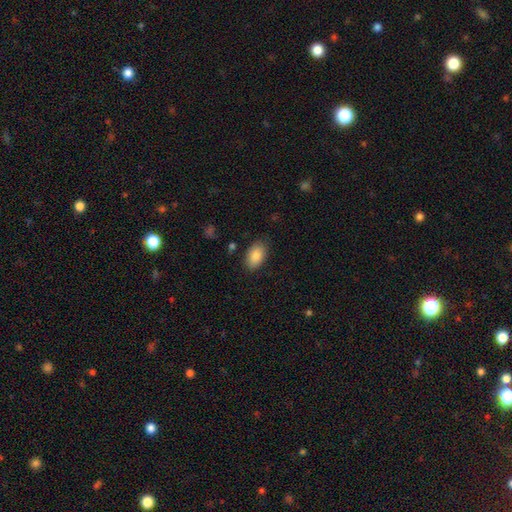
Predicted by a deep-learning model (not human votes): Smooth or featured?
  - smooth: 88% *
  - star or artifact: 7%
  - featured or disk: 6%
How rounded?
  - in between: 93% *
  - round: 6%
  - cigar-shaped: 1%
Merging?
  - none: 83% *
  - minor disturbance: 13%
  - major disturbance: 3%
  - merger: 1%